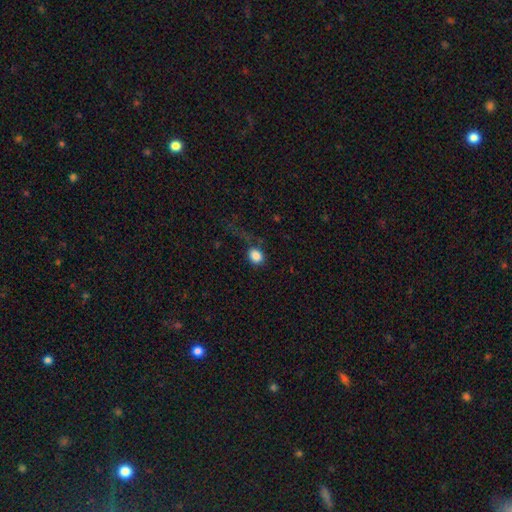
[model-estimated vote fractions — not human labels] smooth 85%, star or artifact 10%, featured or disk 5%. Down the decision tree: how rounded — round (62%); merging — none (59%).